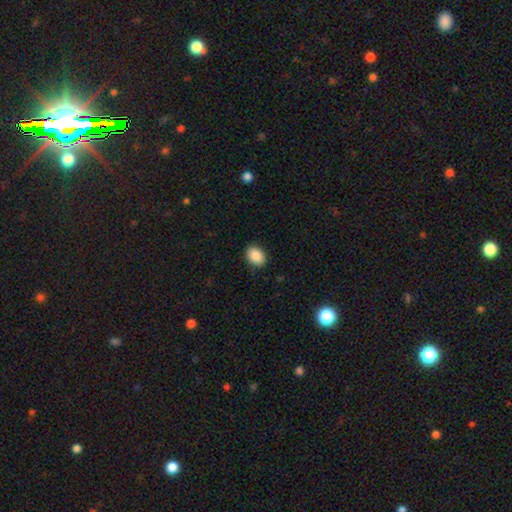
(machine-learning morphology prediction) This is clearly a smooth galaxy (89%). How rounded: likely in between (76%). Merging: clearly none (87%).